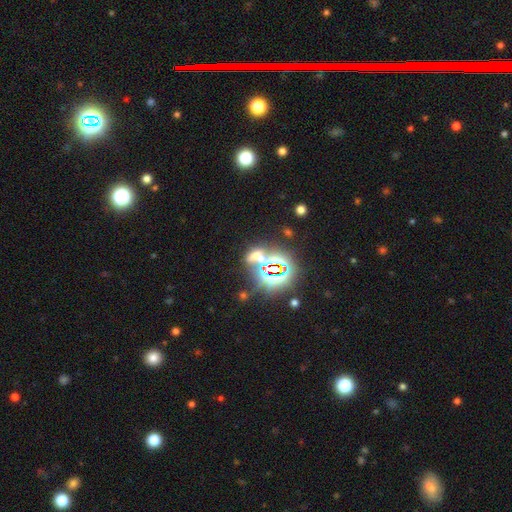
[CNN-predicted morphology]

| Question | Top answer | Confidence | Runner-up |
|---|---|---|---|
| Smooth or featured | star or artifact | 60% | smooth (28%) |